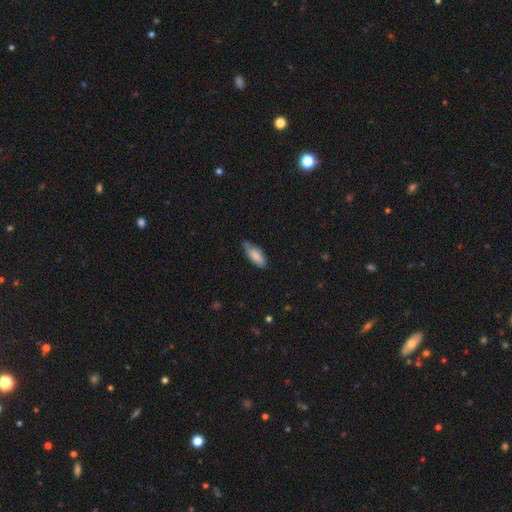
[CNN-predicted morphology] The model was most divided on "merging": none: 60%, minor disturbance: 33%, major disturbance: 5%, merger: 2%. More confident: smooth or featured — smooth (81%); how rounded — in between (76%).